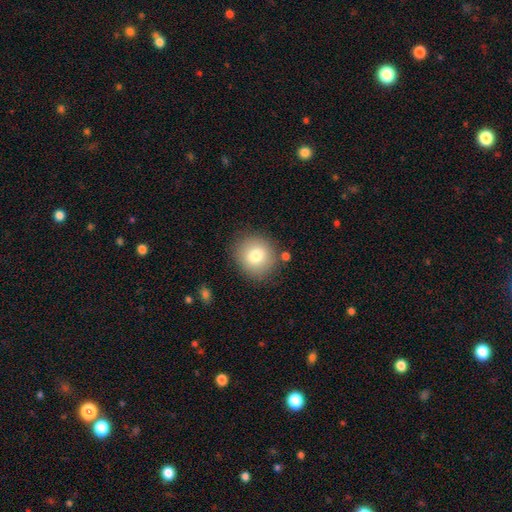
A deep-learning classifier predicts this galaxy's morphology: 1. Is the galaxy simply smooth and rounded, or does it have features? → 78% smooth, 12% featured or disk, 10% star or artifact.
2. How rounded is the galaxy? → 86% round, 13% in between, 1% cigar-shaped.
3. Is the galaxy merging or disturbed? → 84% none, 10% minor disturbance, 3% major disturbance, 3% merger.